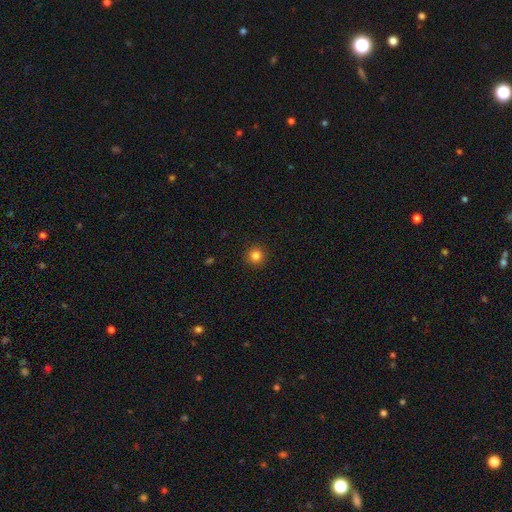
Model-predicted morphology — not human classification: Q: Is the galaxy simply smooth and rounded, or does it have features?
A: smooth — 84%.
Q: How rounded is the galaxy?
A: round — 95%.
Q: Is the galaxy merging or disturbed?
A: none — 92%.